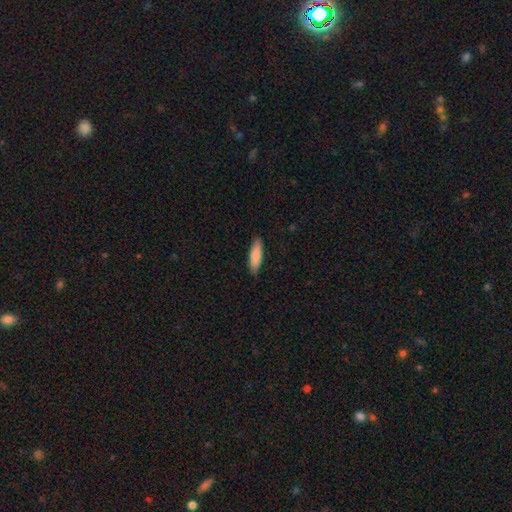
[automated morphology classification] type=smooth (85%); roundness=cigar-shaped (52%); merging=none (87%).